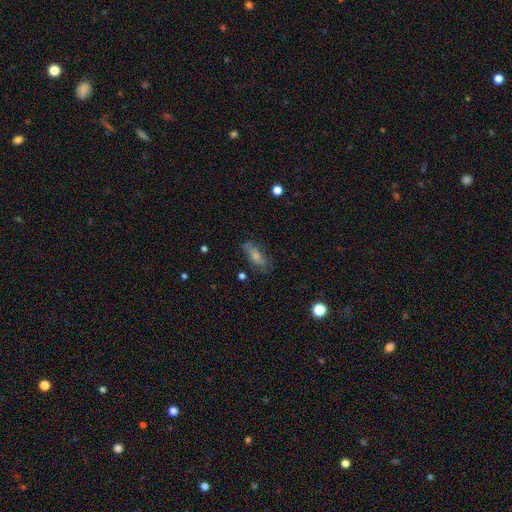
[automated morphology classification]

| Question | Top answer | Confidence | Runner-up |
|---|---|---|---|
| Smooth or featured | smooth | 63% | featured or disk (28%) |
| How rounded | in between | 75% | cigar-shaped (21%) |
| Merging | none | 63% | minor disturbance (24%) |